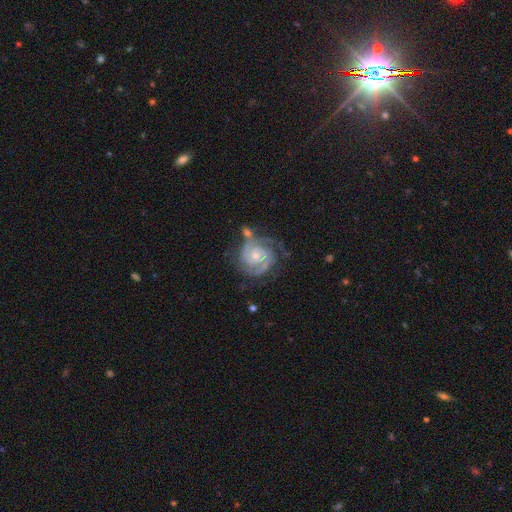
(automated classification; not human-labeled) The model was most divided on "bulge size": small: 50%, moderate: 45%, large: 2%, none: 2%, dominant: 1%. More confident: edge-on disk — no (98%); spiral arms — yes (98%); smooth or featured — featured or disk (90%); bar — no (69%); spiral winding — tight (69%); spiral arm count — 2 (60%); merging — none (59%).